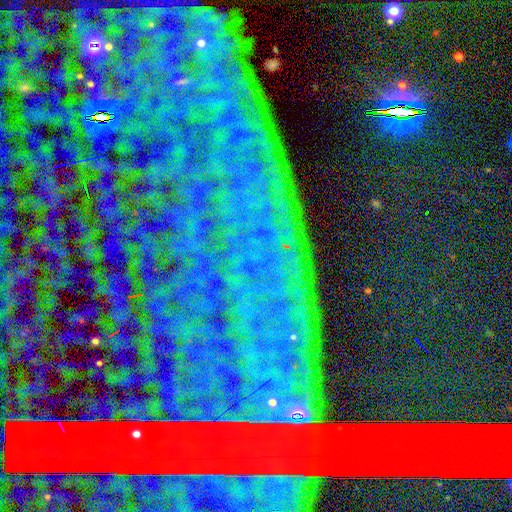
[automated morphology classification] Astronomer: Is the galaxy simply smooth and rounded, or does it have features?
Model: star or artifact — 84%.